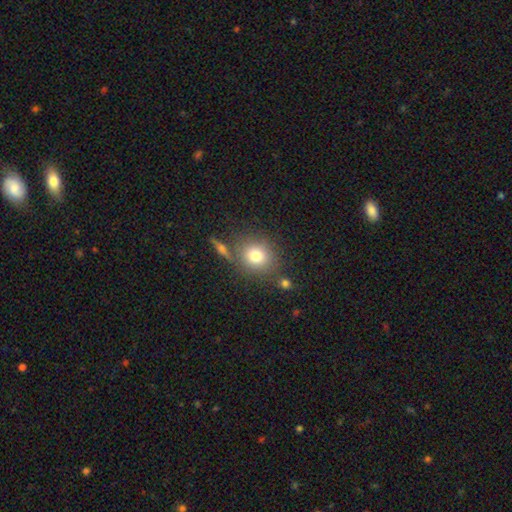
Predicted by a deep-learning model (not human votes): Overall: smooth (77%). How rounded: round (74%). Merging: none (73%).